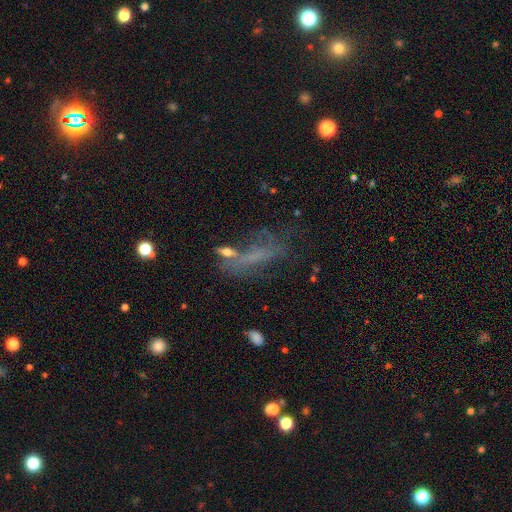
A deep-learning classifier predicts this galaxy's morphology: smooth-or-featured: smooth: 39% | featured or disk: 36% | star or artifact: 25%
  merging: none: 40% | major disturbance: 29% | minor disturbance: 20% | merger: 12%